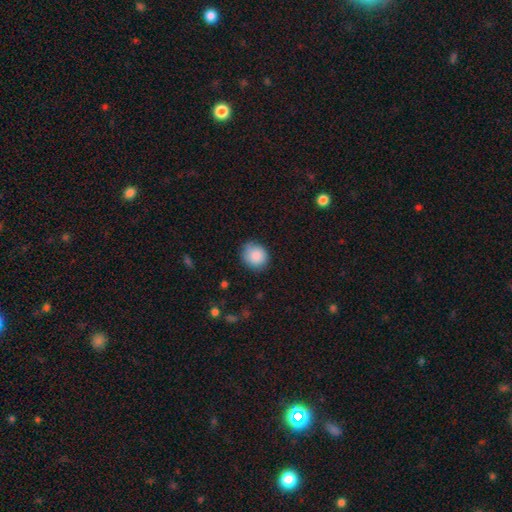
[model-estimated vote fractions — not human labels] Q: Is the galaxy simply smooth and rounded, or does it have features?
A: smooth — 87%.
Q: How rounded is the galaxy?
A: round — 76%.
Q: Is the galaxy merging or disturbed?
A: none — 76%.